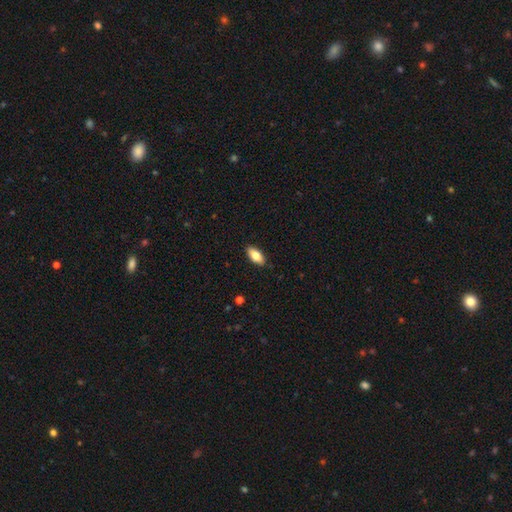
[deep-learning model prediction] smooth_or_featured: smooth (p=0.81) [alt: featured or disk p=0.12]
how_rounded: in between (p=0.88) [alt: cigar-shaped p=0.10]
merging: none (p=0.89) [alt: minor disturbance p=0.08]